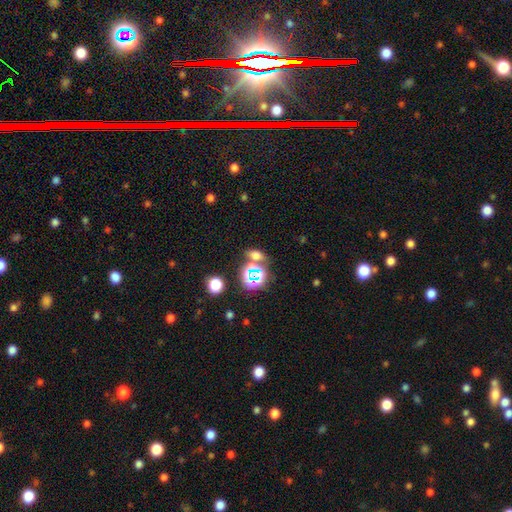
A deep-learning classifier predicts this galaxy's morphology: type=smooth (52%); roundness=in between (63%); merging=none (64%).